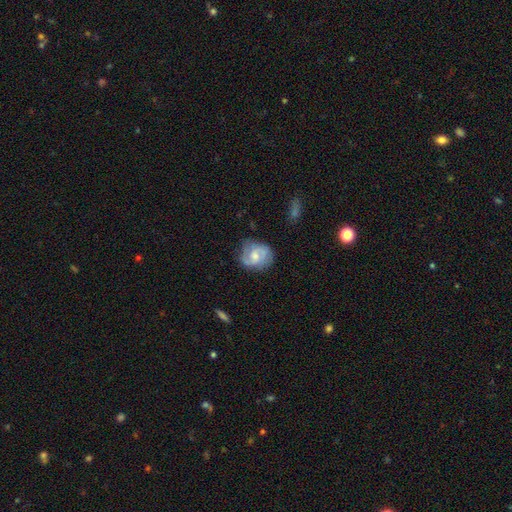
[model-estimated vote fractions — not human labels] A featured or disk galaxy (58%) with no bar (50%), spiral arms (83%) and a moderate central bulge (55%). Merging: none (65%).